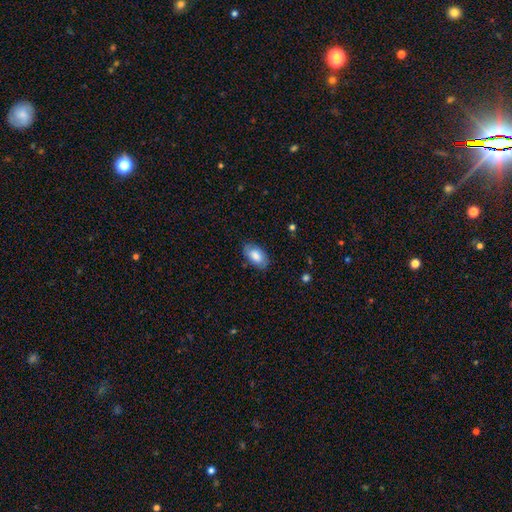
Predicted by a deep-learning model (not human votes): The model was most divided on "smooth or featured": smooth: 79%, featured or disk: 14%, star or artifact: 6%. More confident: how rounded — in between (94%); merging — none (81%).